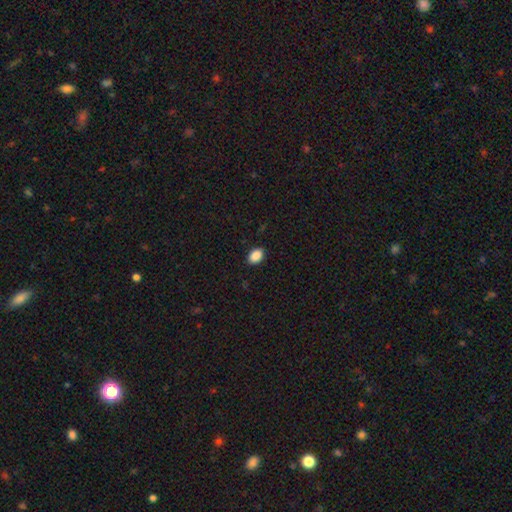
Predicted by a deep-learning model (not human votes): smooth 89%, star or artifact 8%, featured or disk 3%. Down the decision tree: how rounded — in between (83%); merging — none (89%).